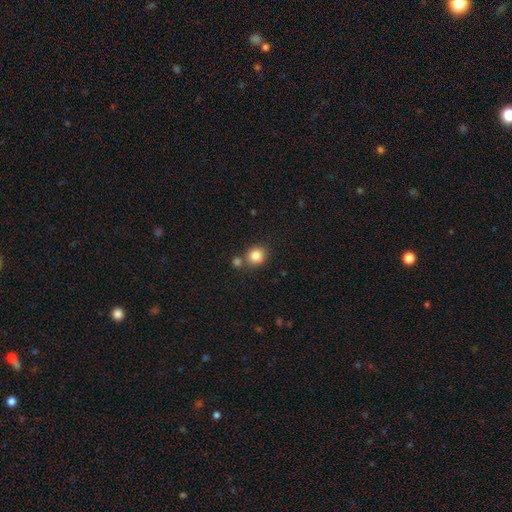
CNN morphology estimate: smooth-or-featured: smooth: 84% | star or artifact: 10% | featured or disk: 6%
  how-rounded: round: 80% | in between: 19% | cigar-shaped: 1%
  merging: none: 69% | merger: 19% | minor disturbance: 10% | major disturbance: 3%